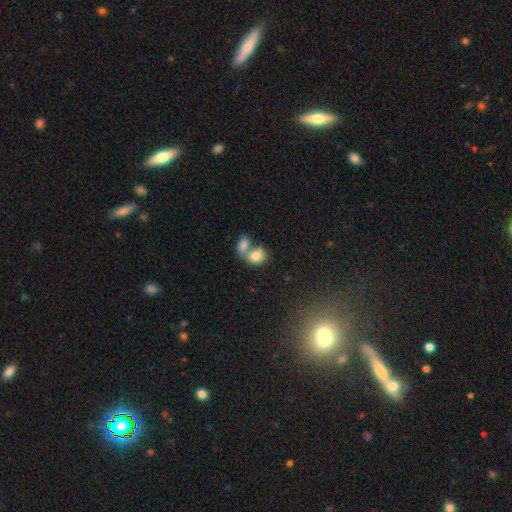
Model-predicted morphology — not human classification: type=smooth (79%); roundness=in between (52%); merging=merger (68%).